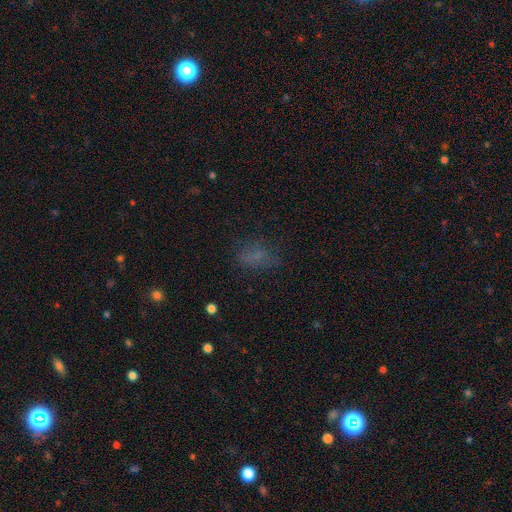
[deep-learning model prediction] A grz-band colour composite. It shows a smooth galaxy with no disk features (65%) that is in between round and cigar-shaped (80%). Merging: none (63%).